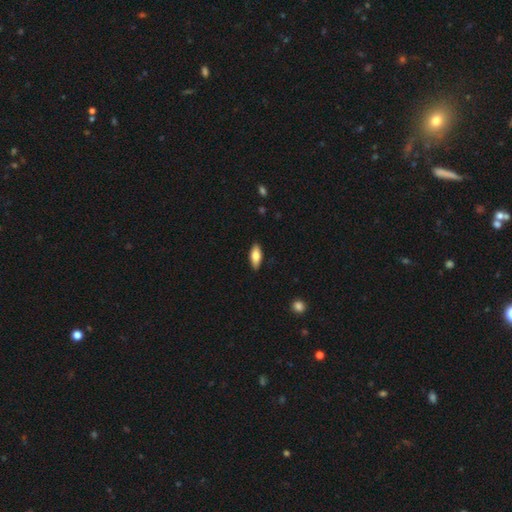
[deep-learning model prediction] A smooth galaxy with no disk features (78%) that is in between round and cigar-shaped (77%).

Vote fractions:
- Smooth or featured? smooth: 78% / featured or disk: 16% / star or artifact: 6%
- How rounded? in between: 77% / cigar-shaped: 20% / round: 2%
- Merging? none: 88% / minor disturbance: 10% / major disturbance: 2% / merger: 1%